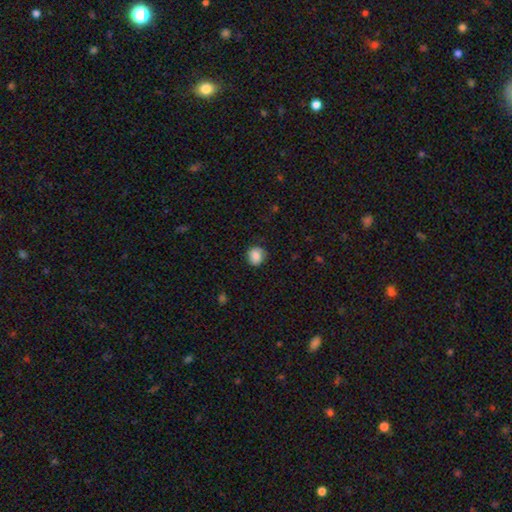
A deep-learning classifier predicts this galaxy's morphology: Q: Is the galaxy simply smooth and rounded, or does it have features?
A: smooth — 82%.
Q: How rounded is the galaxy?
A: round — 81%.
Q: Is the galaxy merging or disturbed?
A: none — 78%.